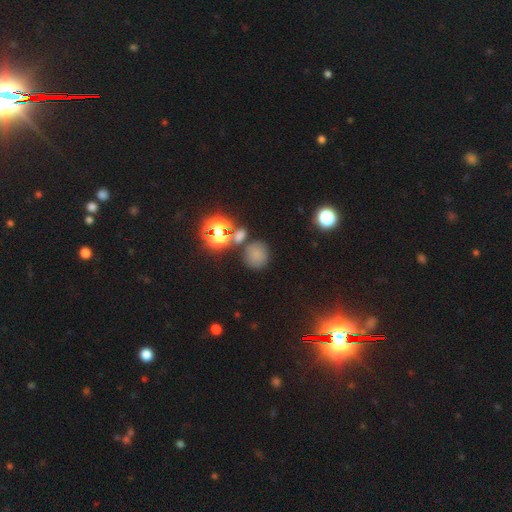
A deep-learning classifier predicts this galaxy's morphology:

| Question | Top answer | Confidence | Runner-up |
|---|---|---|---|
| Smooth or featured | smooth | 69% | star or artifact (22%) |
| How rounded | round | 83% | in between (16%) |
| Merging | none | 69% | minor disturbance (13%) |